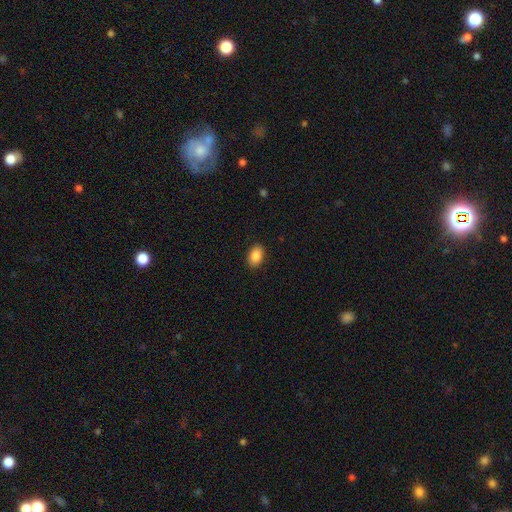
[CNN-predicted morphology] The model was most divided on "how rounded": in between: 89%, round: 10%, cigar-shaped: 1%. More confident: merging — none (89%); smooth or featured — smooth (88%).